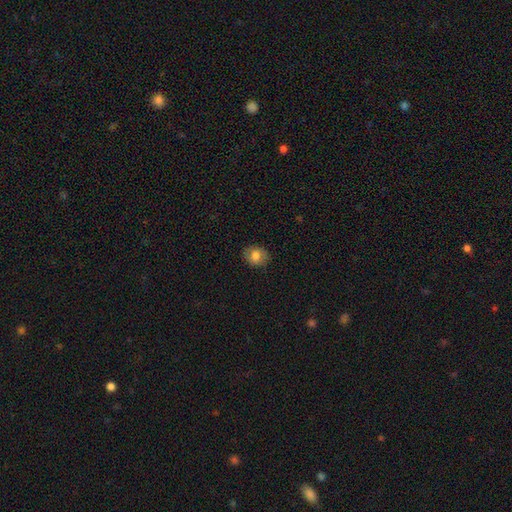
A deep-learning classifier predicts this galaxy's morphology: The model was most divided on "how rounded": round: 61%, in between: 38%, cigar-shaped: 1%. More confident: merging — none (86%); smooth or featured — smooth (80%).